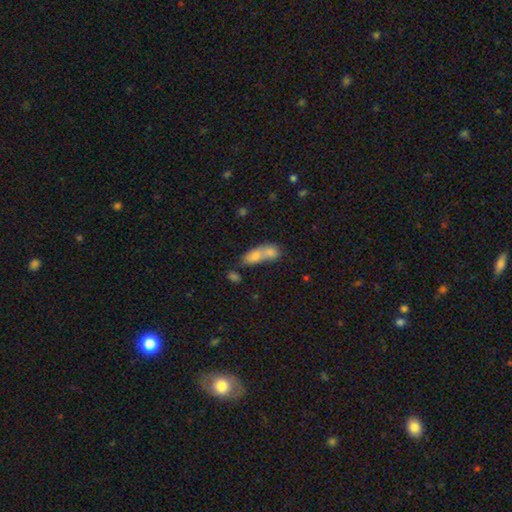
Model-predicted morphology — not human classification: Smooth or featured: smooth — 71% (featured or disk — 19%)
How rounded: in between — 69% (round — 18%)
Merging: merger — 70% (none — 19%)